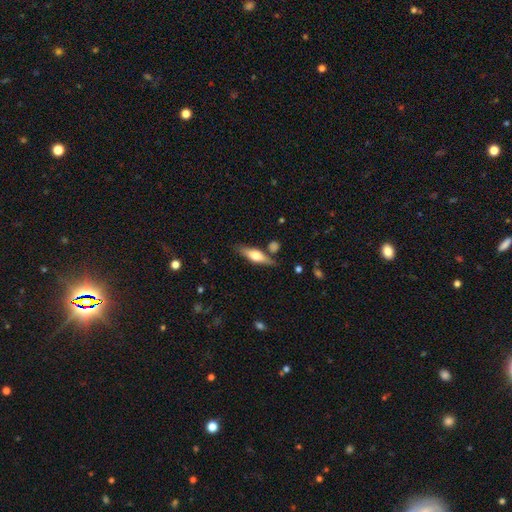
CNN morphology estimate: This is possibly a featured or disk galaxy (51%). It is clearly viewed edge-on (91%). Merging: likely none (76%).